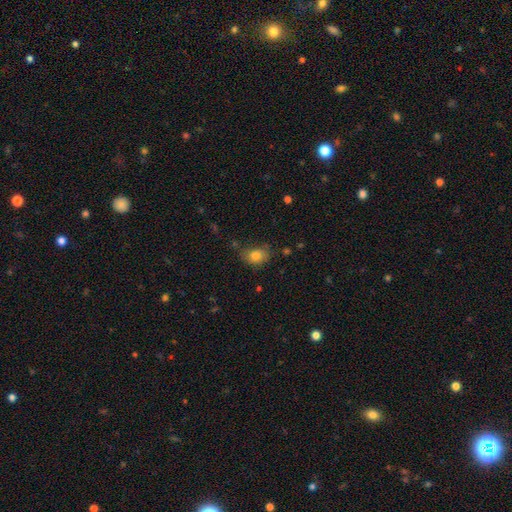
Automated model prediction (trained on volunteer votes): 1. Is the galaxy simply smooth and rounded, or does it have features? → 81% smooth, 10% star or artifact, 8% featured or disk.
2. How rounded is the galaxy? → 69% in between, 30% round, 1% cigar-shaped.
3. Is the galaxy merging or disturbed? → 61% none, 26% minor disturbance, 8% major disturbance, 4% merger.